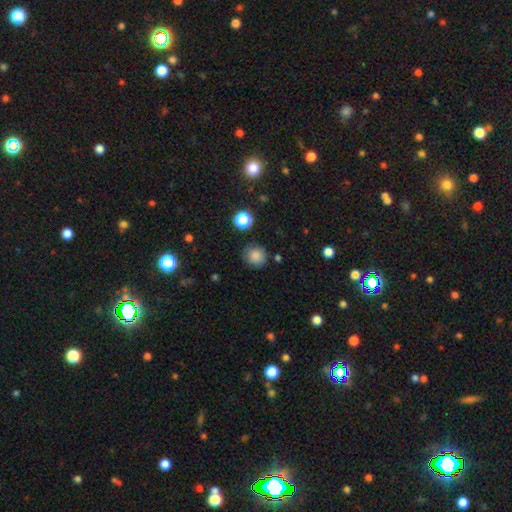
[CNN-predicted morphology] Smooth or featured: smooth — 84% (star or artifact — 12%)
How rounded: round — 90% (in between — 9%)
Merging: none — 83% (minor disturbance — 11%)